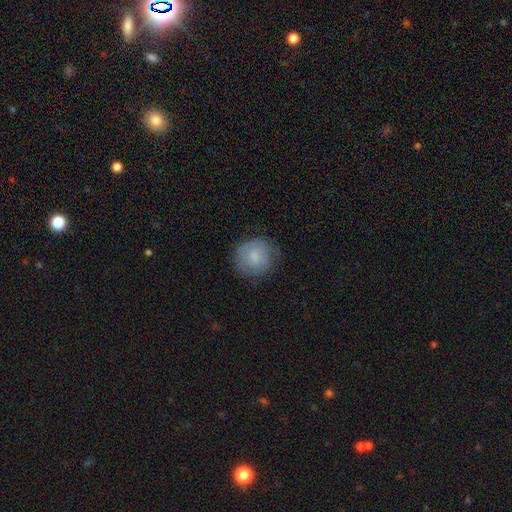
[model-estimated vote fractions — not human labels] A smooth galaxy with no disk features (72%) that is round (88%).

Vote fractions:
- Smooth or featured? smooth: 72% / featured or disk: 21% / star or artifact: 7%
- How rounded? round: 88% / in between: 11% / cigar-shaped: 1%
- Merging? none: 72% / minor disturbance: 20% / major disturbance: 6% / merger: 1%